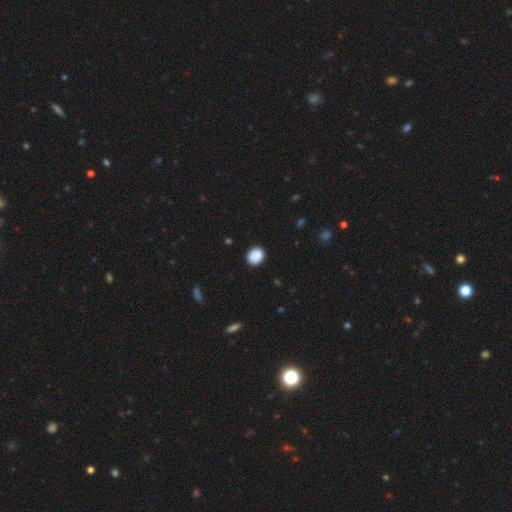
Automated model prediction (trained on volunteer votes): This is clearly a smooth galaxy (86%). How rounded: possibly round (57%). Merging: likely none (79%).